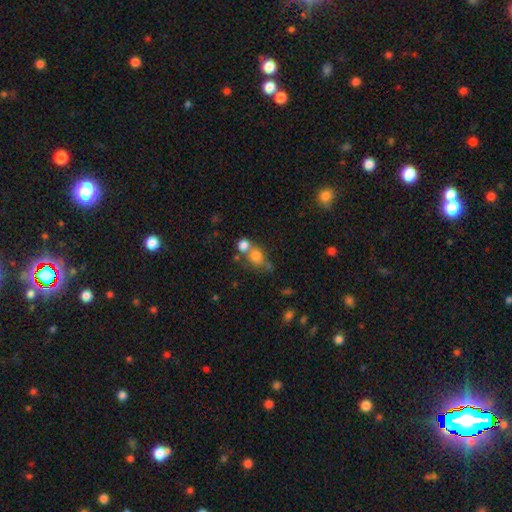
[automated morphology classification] smooth 76%, star or artifact 12%, featured or disk 12%. Down the decision tree: how rounded — round (65%); merging — merger (45%).